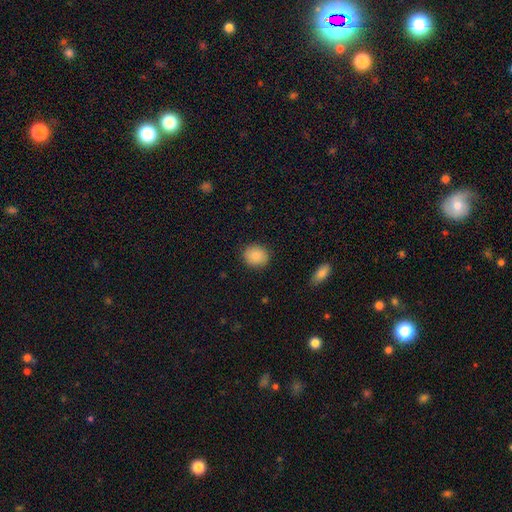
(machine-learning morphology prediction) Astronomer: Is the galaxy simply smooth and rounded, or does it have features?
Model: smooth — 87%.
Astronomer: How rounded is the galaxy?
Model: round — 69%.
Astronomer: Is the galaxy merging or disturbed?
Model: none — 88%.